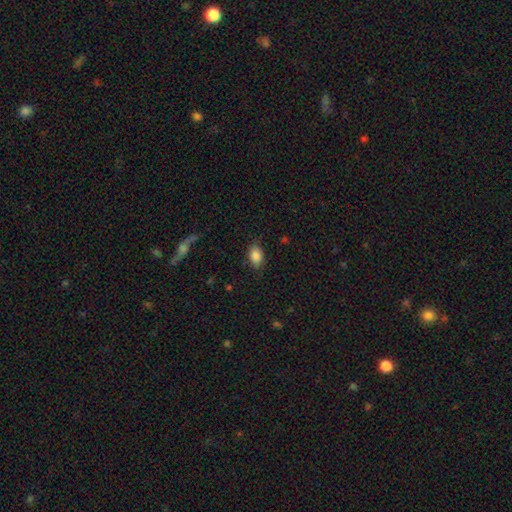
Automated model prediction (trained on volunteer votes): A smooth galaxy with no disk features (87%) that is in between round and cigar-shaped (86%).

Vote fractions:
- Smooth or featured? smooth: 87% / star or artifact: 8% / featured or disk: 5%
- How rounded? in between: 86% / round: 13% / cigar-shaped: 1%
- Merging? none: 84% / minor disturbance: 12% / major disturbance: 3% / merger: 1%